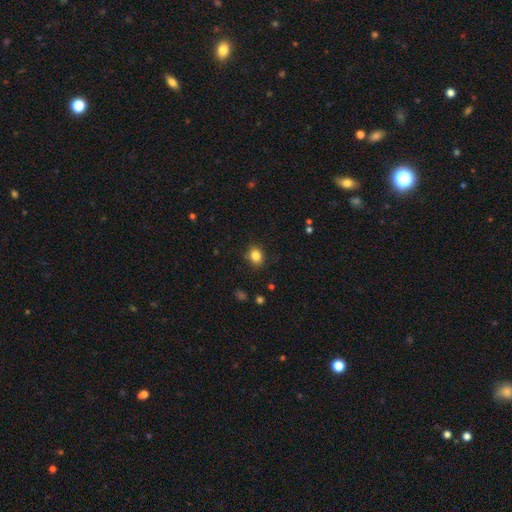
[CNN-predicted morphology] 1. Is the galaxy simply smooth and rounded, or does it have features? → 84% smooth, 11% star or artifact, 5% featured or disk.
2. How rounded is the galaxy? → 64% round, 35% in between, 1% cigar-shaped.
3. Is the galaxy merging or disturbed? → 87% none, 10% minor disturbance, 2% major disturbance, 1% merger.